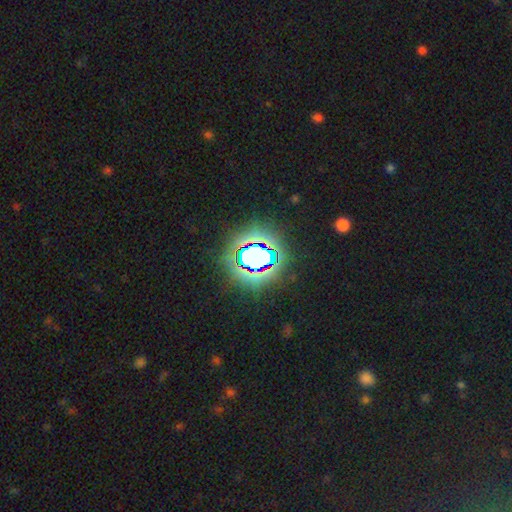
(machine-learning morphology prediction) A star or artifact, not a galaxy (71%).

Vote fractions:
- Smooth or featured? star or artifact: 71% / smooth: 17% / featured or disk: 12%